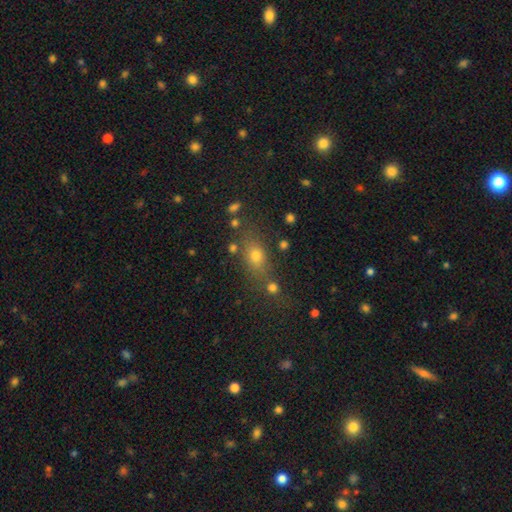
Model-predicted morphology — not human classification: smooth-or-featured: smooth: 66% | star or artifact: 20% | featured or disk: 14%
  how-rounded: in between: 57% | round: 34% | cigar-shaped: 10%
  merging: none: 64% | merger: 16% | minor disturbance: 13% | major disturbance: 7%